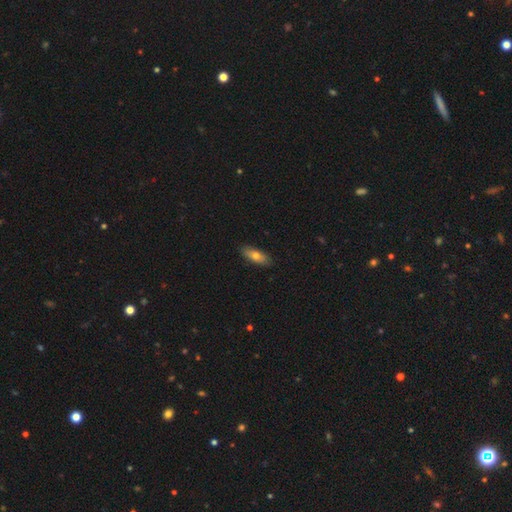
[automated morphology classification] This appears to be a smooth galaxy with no disk features (70%) that is in between round and cigar-shaped (66%). Merging: none (87%).